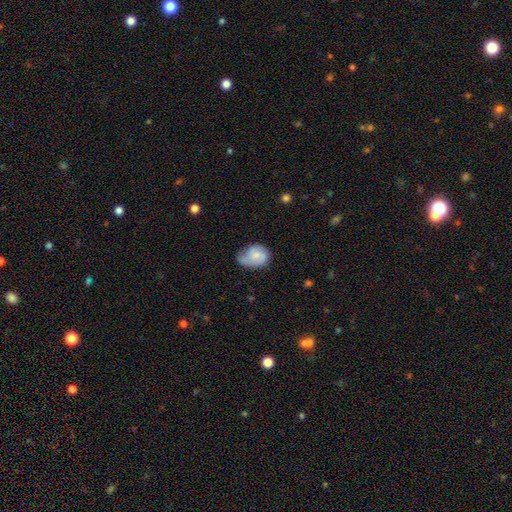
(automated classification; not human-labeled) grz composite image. It shows a smooth galaxy with no disk features (50%) that is in between round and cigar-shaped (63%). Merging: none (42%).